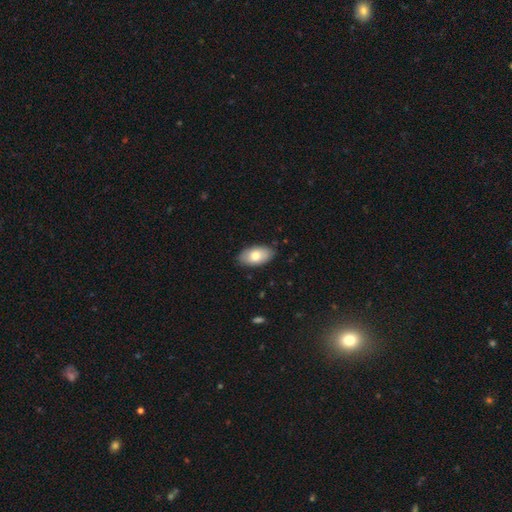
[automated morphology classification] A smooth galaxy with no disk features (75%) that is in between round and cigar-shaped (95%).

Vote fractions:
- Smooth or featured? smooth: 75% / featured or disk: 18% / star or artifact: 6%
- How rounded? in between: 95% / round: 3% / cigar-shaped: 2%
- Merging? none: 85% / minor disturbance: 11% / major disturbance: 2% / merger: 1%